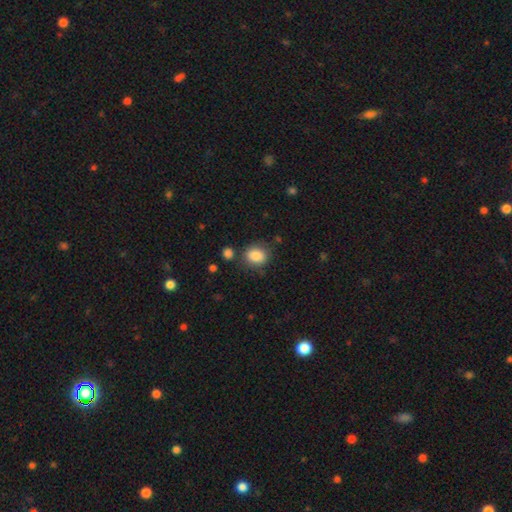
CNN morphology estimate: smooth_or_featured: smooth (p=0.86) [alt: star or artifact p=0.09]
how_rounded: in between (p=0.52) [alt: round p=0.47]
merging: none (p=0.74) [alt: minor disturbance p=0.15]